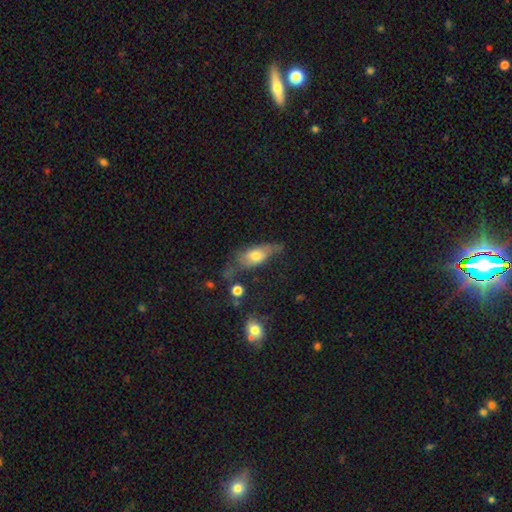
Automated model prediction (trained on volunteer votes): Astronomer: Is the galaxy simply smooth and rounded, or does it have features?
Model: smooth — 55% (runner-up: featured or disk, 37%).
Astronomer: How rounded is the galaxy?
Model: in between — 78%.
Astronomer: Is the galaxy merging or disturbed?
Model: none — 40% (runner-up: minor disturbance, 31%).